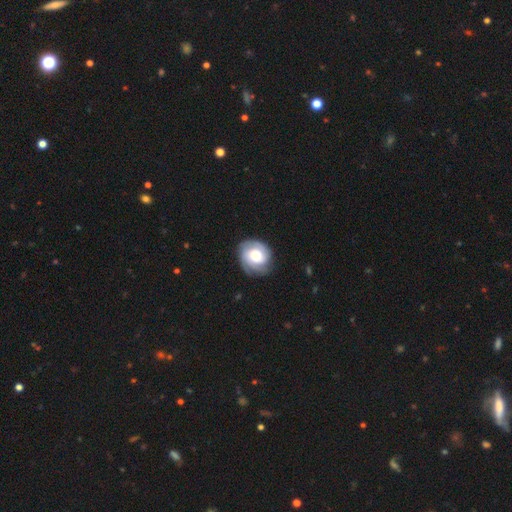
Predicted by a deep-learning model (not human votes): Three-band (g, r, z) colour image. It shows a featured or disk galaxy (62%) with no bar (73%), 2 (33%) tight (61%) spiral arms (90%) and a large central bulge (44%). Merging: none (74%).